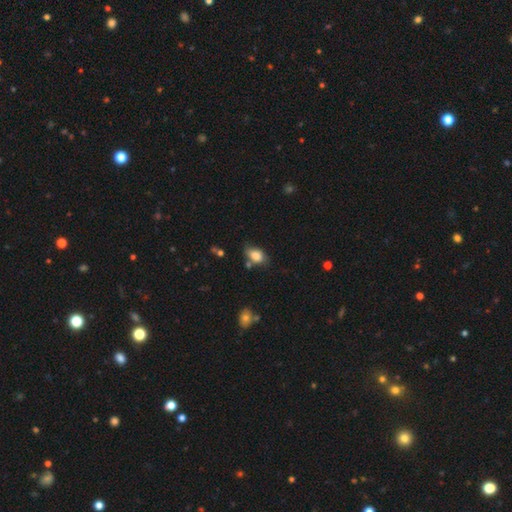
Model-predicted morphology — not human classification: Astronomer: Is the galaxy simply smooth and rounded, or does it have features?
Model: smooth — 82%.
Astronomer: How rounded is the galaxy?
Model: in between — 84%.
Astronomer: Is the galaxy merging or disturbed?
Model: none — 57%.